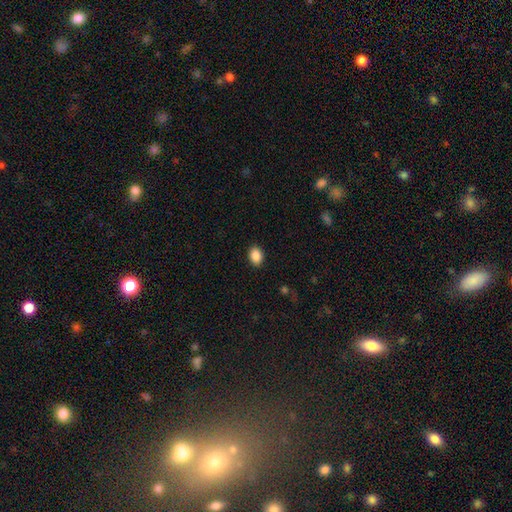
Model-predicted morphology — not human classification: This is clearly a smooth galaxy (88%). How rounded: likely in between (72%). Merging: clearly none (90%).